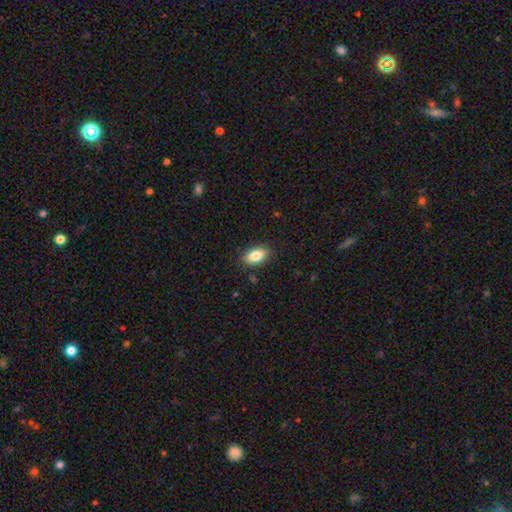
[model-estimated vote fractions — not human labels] Smooth or featured?
  - smooth: 85% *
  - featured or disk: 8%
  - star or artifact: 7%
How rounded?
  - in between: 91% *
  - cigar-shaped: 4%
  - round: 4%
Merging?
  - none: 87% *
  - minor disturbance: 9%
  - major disturbance: 2%
  - merger: 1%